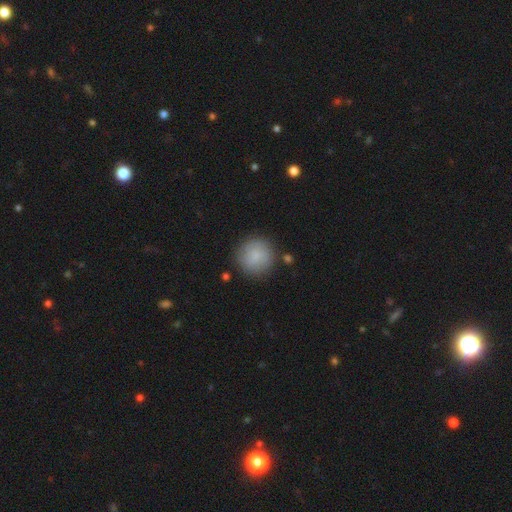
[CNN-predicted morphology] The model was most divided on "smooth or featured": smooth: 81%, featured or disk: 13%, star or artifact: 7%. More confident: how rounded — round (94%); merging — none (83%).